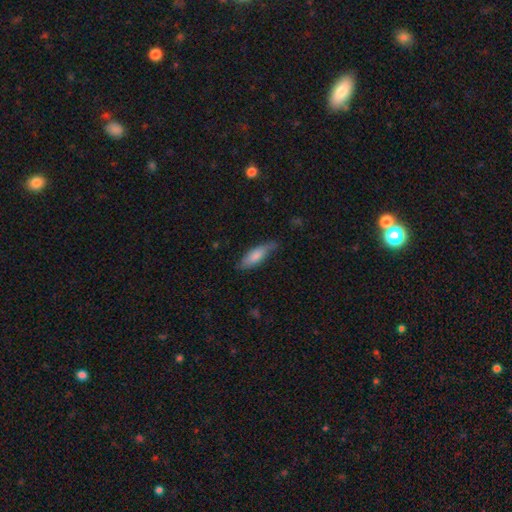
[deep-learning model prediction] Smooth or featured?
  - smooth: 76% *
  - featured or disk: 18%
  - star or artifact: 5%
How rounded?
  - in between: 53% *
  - cigar-shaped: 45%
  - round: 2%
Merging?
  - none: 66% *
  - minor disturbance: 27%
  - major disturbance: 5%
  - merger: 2%